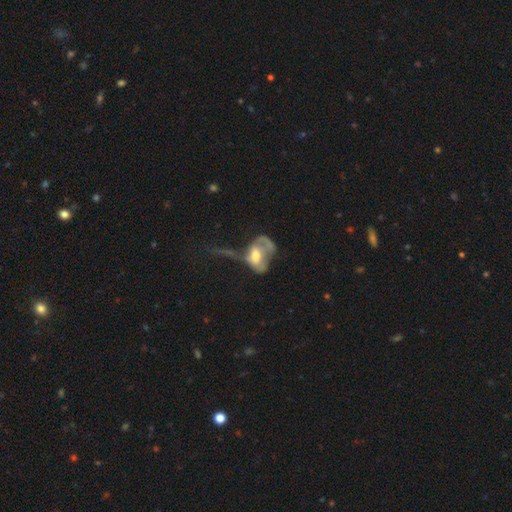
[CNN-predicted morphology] Smooth or featured?
  - featured or disk: 50% *
  - smooth: 42%
  - star or artifact: 9%
Merging?
  - major disturbance: 51% *
  - merger: 22%
  - none: 13%
  - minor disturbance: 13%